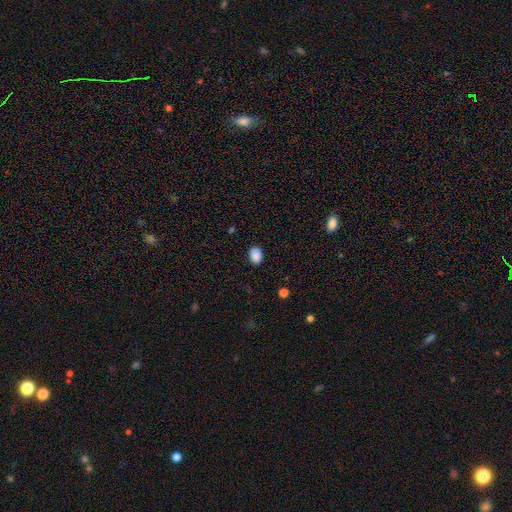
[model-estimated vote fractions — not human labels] Morphology: type=smooth (88%); roundness=in between (69%); merging=none (84%).